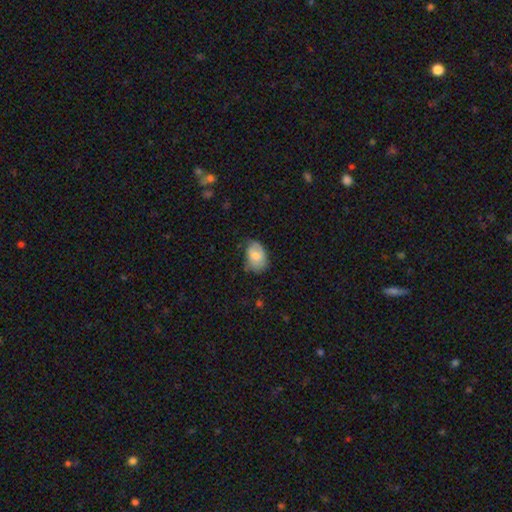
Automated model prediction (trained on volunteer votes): smooth-or-featured: smooth: 74% | featured or disk: 19% | star or artifact: 7%
  how-rounded: in between: 85% | round: 14% | cigar-shaped: 1%
  merging: none: 56% | minor disturbance: 34% | major disturbance: 9% | merger: 2%